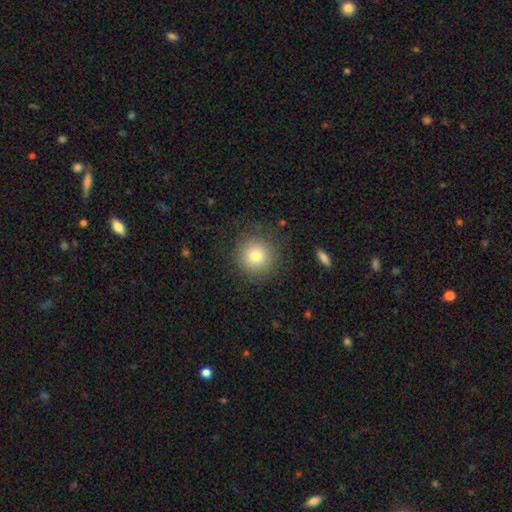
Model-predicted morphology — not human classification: Smooth or featured? Predicted: smooth (p=0.78). How rounded? Predicted: round (p=0.94). Merging? Predicted: none (p=0.85).